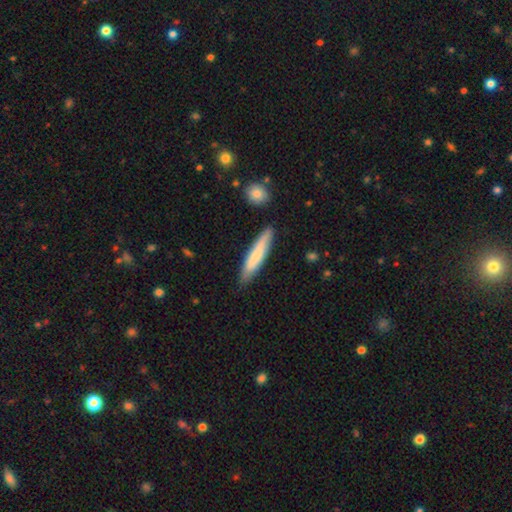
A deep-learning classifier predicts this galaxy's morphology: Q: Smooth or featured?
A: smooth (74%); runner-up: featured or disk (20%)
Q: How rounded?
A: cigar-shaped (89%); runner-up: in between (10%)
Q: Merging?
A: none (84%); runner-up: minor disturbance (12%)